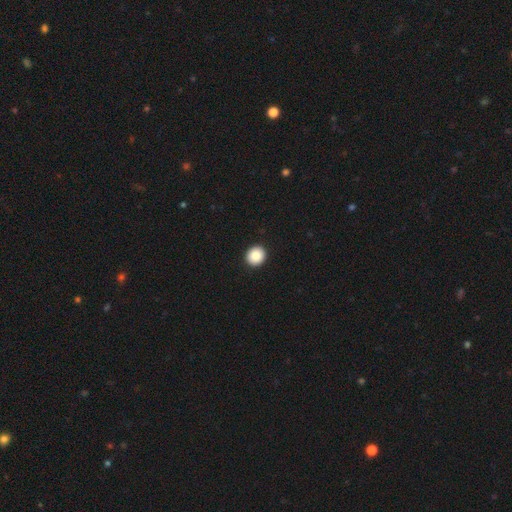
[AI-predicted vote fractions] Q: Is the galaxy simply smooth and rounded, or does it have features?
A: smooth — 88%.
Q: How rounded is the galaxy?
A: round — 87%.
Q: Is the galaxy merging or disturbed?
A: none — 93%.